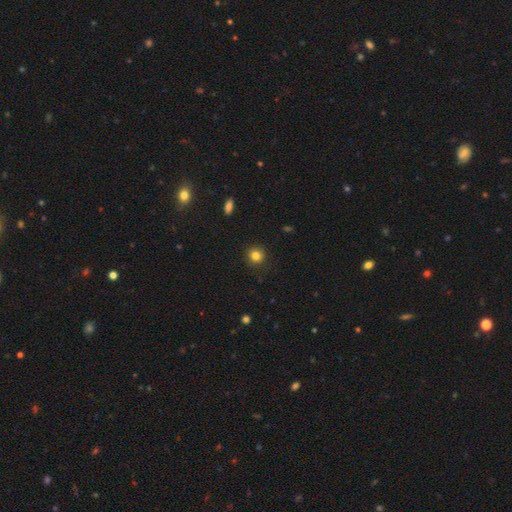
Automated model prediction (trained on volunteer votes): Smooth or featured? Predicted: smooth (p=0.82). How rounded? Predicted: round (p=0.91). Merging? Predicted: none (p=0.90).